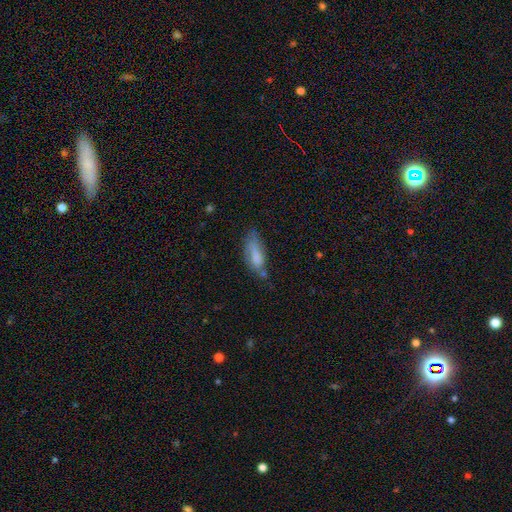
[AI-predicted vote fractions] Morphology: type=smooth (68%); roundness=in between (65%); merging=none (40%).